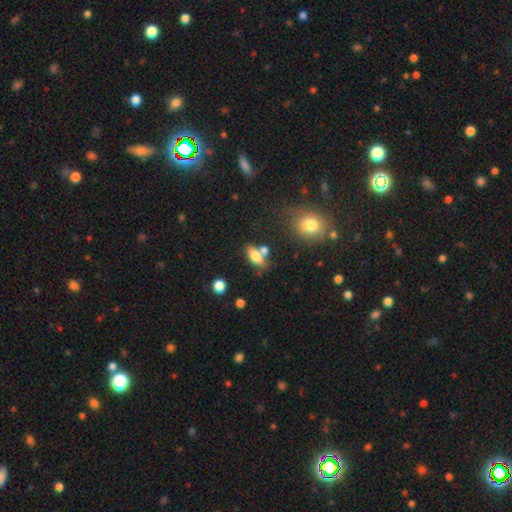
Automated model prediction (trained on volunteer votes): smooth_or_featured: smooth (p=0.74) [alt: featured or disk p=0.17]
how_rounded: in between (p=0.80) [alt: cigar-shaped p=0.14]
merging: none (p=0.58) [alt: merger p=0.23]